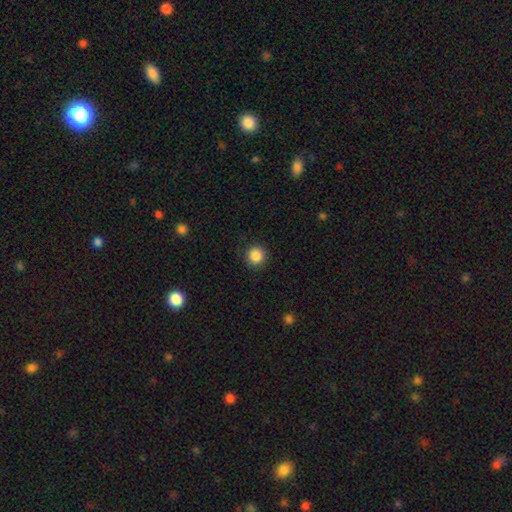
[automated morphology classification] smooth-or-featured: smooth: 86% | star or artifact: 10% | featured or disk: 3%
  how-rounded: round: 94% | in between: 5% | cigar-shaped: 1%
  merging: none: 91% | minor disturbance: 6% | major disturbance: 2% | merger: 1%